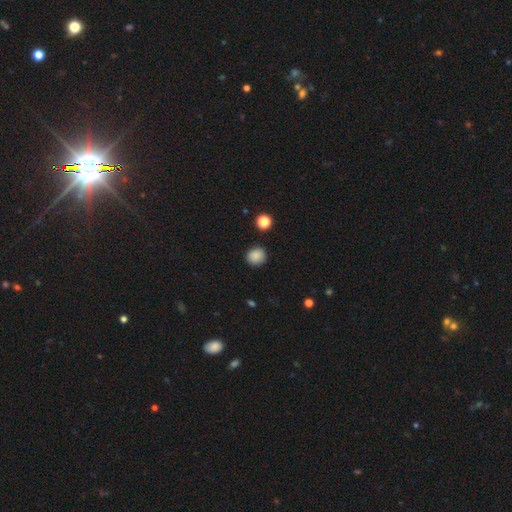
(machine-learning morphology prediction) Smooth or featured: smooth — 87% (star or artifact — 10%)
How rounded: round — 84% (in between — 15%)
Merging: none — 87% (minor disturbance — 9%)